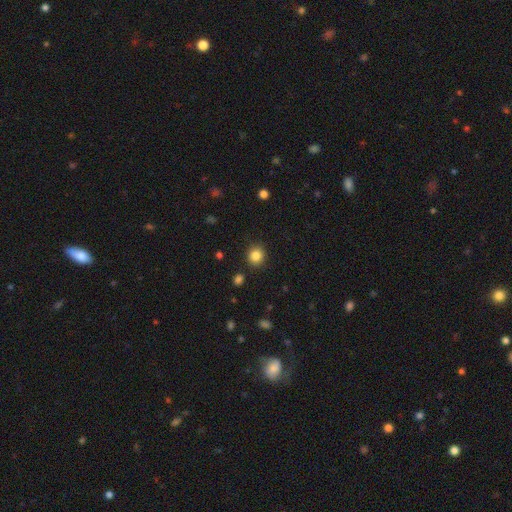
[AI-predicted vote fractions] smooth_or_featured: smooth (p=0.85) [alt: star or artifact p=0.11]
how_rounded: round (p=0.85) [alt: in between p=0.14]
merging: none (p=0.88) [alt: minor disturbance p=0.08]